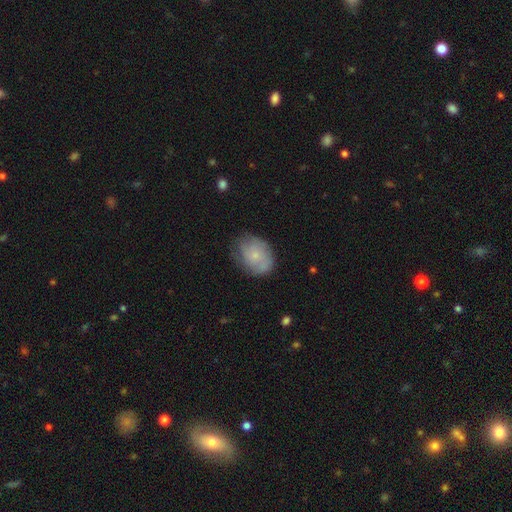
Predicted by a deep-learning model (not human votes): smooth-or-featured: smooth: 57% | featured or disk: 35% | star or artifact: 8%
  how-rounded: in between: 64% | round: 35% | cigar-shaped: 1%
  merging: none: 64% | minor disturbance: 26% | major disturbance: 9% | merger: 2%